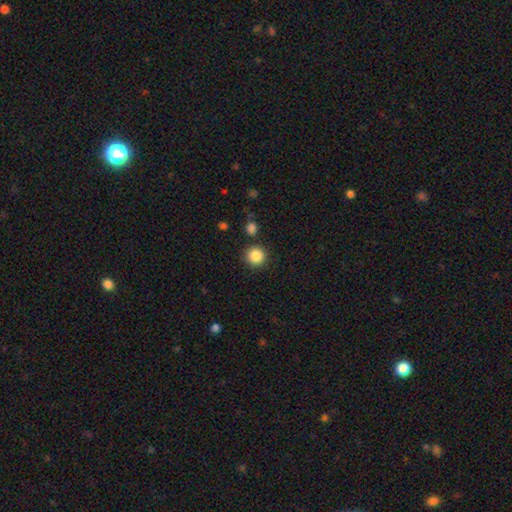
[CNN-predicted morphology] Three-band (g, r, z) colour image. It shows a smooth galaxy with no disk features (87%) that is round (94%). Merging: none (87%).